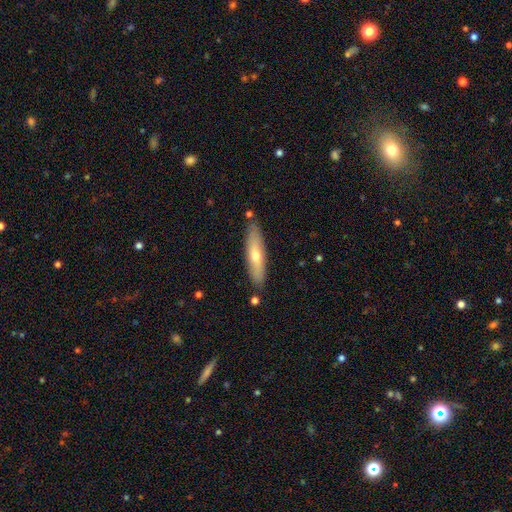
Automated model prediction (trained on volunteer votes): A smooth galaxy with no disk features (55%) that is cigar-shaped (76%).

Vote fractions:
- Smooth or featured? smooth: 55% / featured or disk: 39% / star or artifact: 6%
- How rounded? cigar-shaped: 76% / in between: 22% / round: 2%
- Merging? none: 83% / minor disturbance: 11% / merger: 3% / major disturbance: 2%